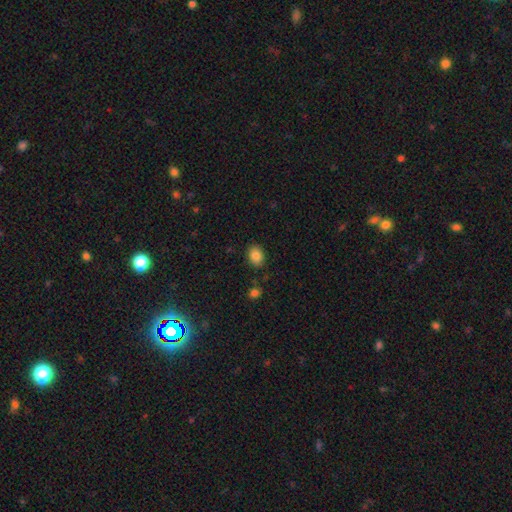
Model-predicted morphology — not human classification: type=smooth (85%); roundness=in between (65%); merging=none (86%).